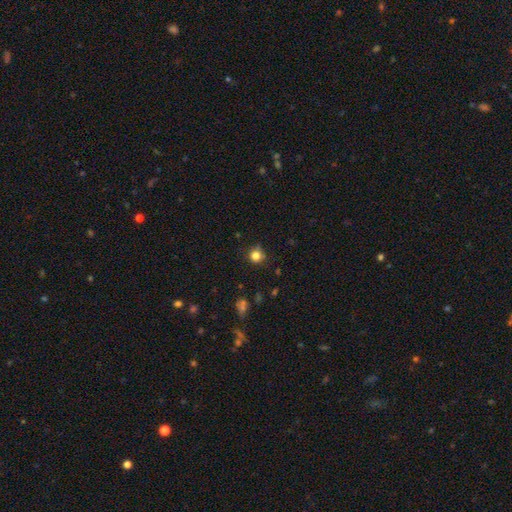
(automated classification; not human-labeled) A smooth galaxy with no disk features (81%) that is round (90%). Merging: none (75%).